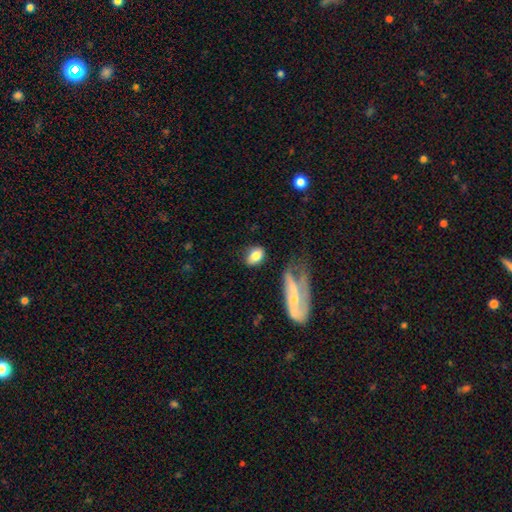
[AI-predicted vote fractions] Smooth or featured?
  - smooth: 78% *
  - featured or disk: 15%
  - star or artifact: 7%
How rounded?
  - in between: 79% *
  - round: 18%
  - cigar-shaped: 3%
Merging?
  - none: 73% *
  - minor disturbance: 15%
  - major disturbance: 6%
  - merger: 5%